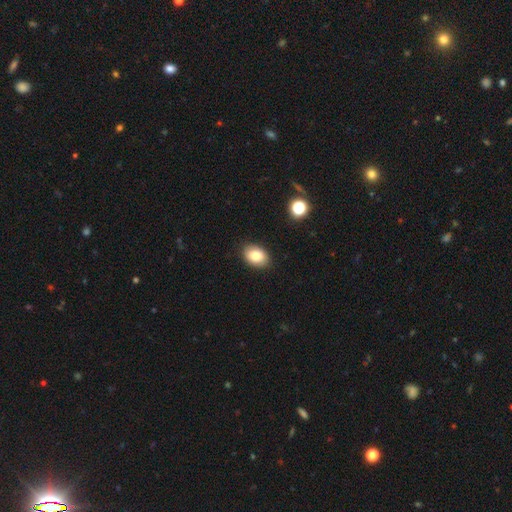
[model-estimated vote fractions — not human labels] Q: Smooth or featured?
A: smooth (82%); runner-up: featured or disk (9%)
Q: How rounded?
A: in between (79%); runner-up: round (20%)
Q: Merging?
A: none (88%); runner-up: minor disturbance (9%)